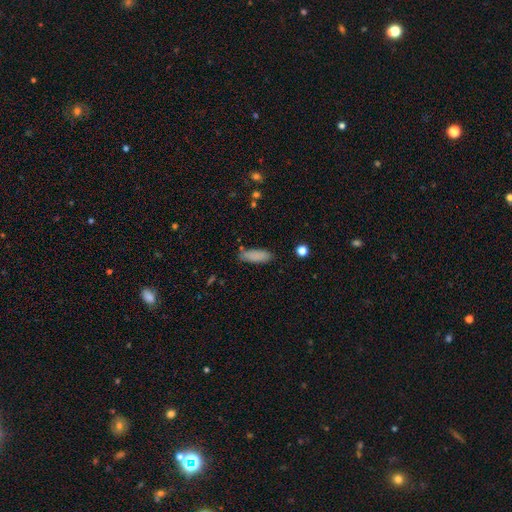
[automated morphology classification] This appears to be a smooth galaxy with no disk features (86%) that is in between round and cigar-shaped (63%). Merging: none (77%).